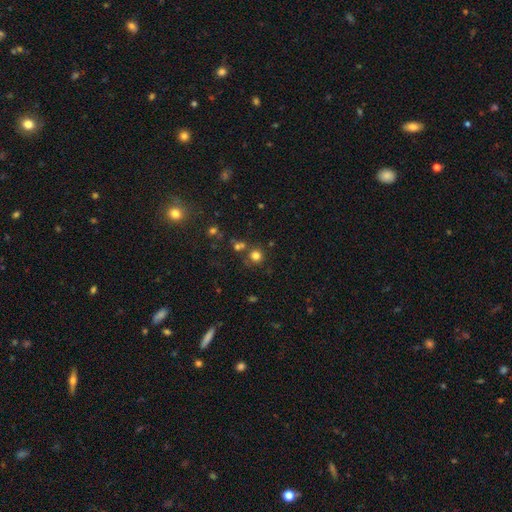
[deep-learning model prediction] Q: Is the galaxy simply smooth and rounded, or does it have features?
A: smooth — 75%.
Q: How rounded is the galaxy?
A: round — 91%.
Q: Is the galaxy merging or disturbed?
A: none — 72%.